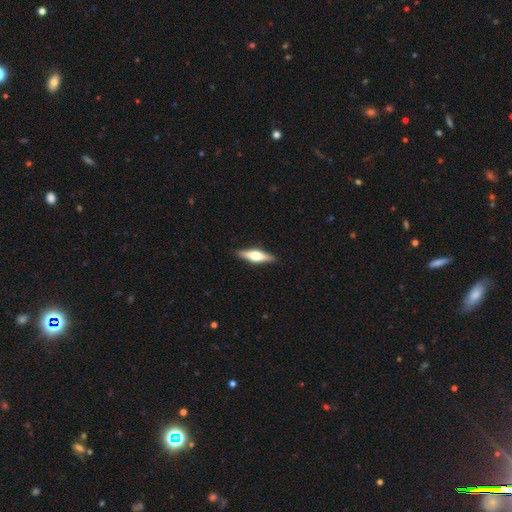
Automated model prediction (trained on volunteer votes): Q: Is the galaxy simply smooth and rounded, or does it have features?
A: featured or disk — 54%.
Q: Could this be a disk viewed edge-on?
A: yes — 95%.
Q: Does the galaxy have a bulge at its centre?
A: rounded — 92%.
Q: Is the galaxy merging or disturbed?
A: none — 89%.